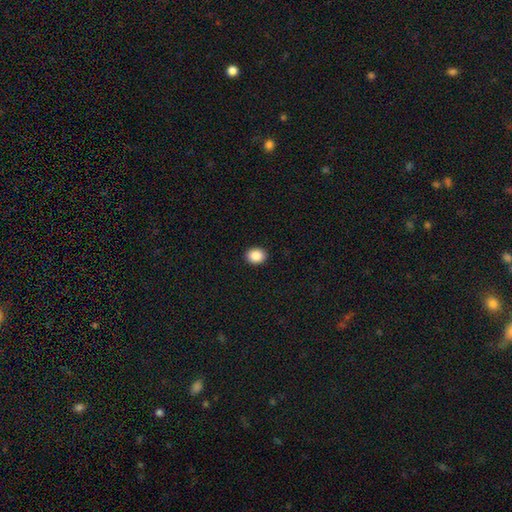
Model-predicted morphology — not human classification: type=smooth (88%); roundness=round (54%); merging=none (92%).